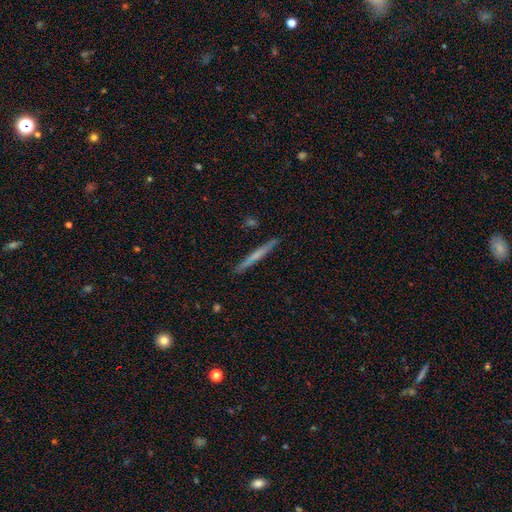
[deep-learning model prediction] This appears to be a smooth galaxy with no disk features (50%). Merging: none (90%).